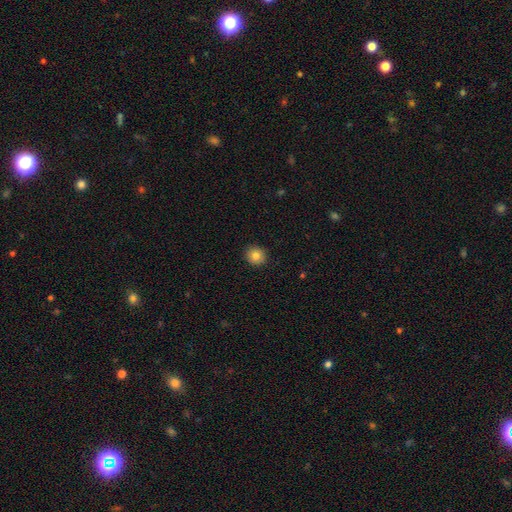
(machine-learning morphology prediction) smooth_or_featured: smooth (p=0.82) [alt: star or artifact p=0.10]
how_rounded: round (p=0.89) [alt: in between p=0.10]
merging: none (p=0.92) [alt: minor disturbance p=0.06]